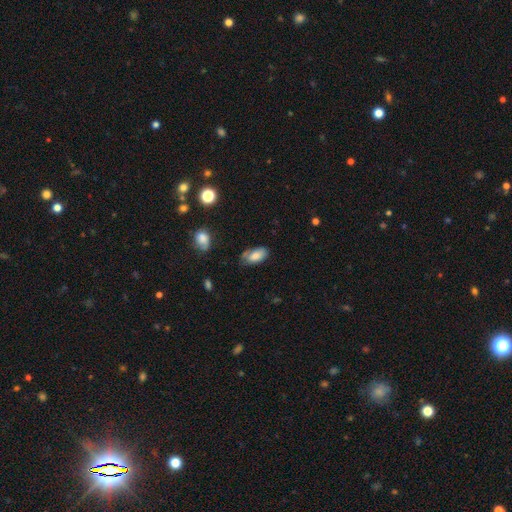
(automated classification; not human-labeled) Morphology: type=smooth (79%); roundness=in between (93%); merging=none (59%).